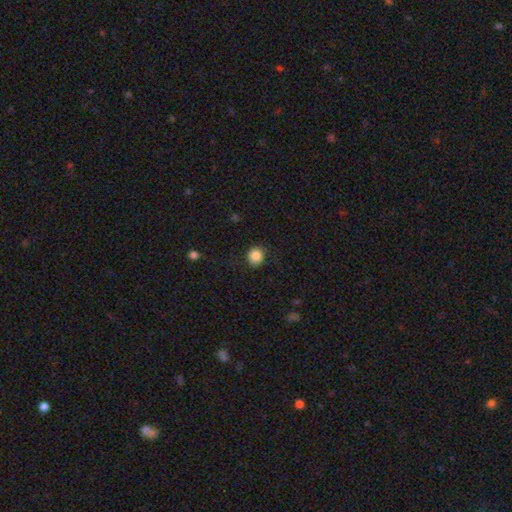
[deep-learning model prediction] Smooth or featured?
  - smooth: 85% *
  - star or artifact: 10%
  - featured or disk: 5%
How rounded?
  - round: 84% *
  - in between: 15%
  - cigar-shaped: 1%
Merging?
  - none: 84% *
  - minor disturbance: 11%
  - major disturbance: 4%
  - merger: 1%